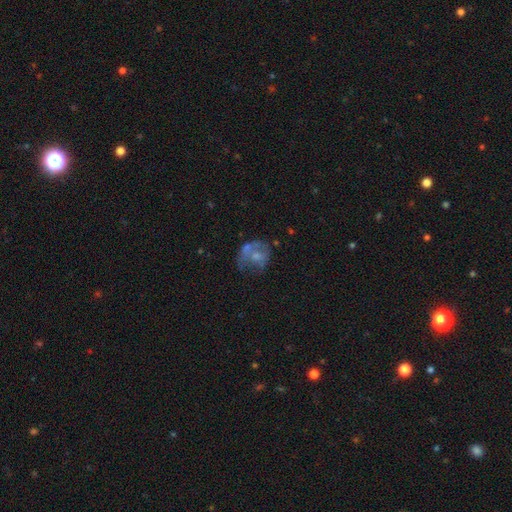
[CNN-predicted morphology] The model was most divided on "merging": none: 34%, major disturbance: 30%, minor disturbance: 23%, merger: 13%. Remaining: smooth or featured — featured or disk (49%).